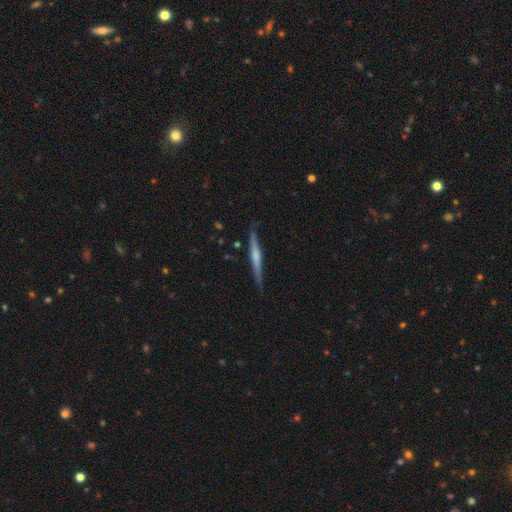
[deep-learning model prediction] A featured or disk galaxy (60%) viewed edge-on (97%) with a rounded central bulge (54%). Merging: none (84%).